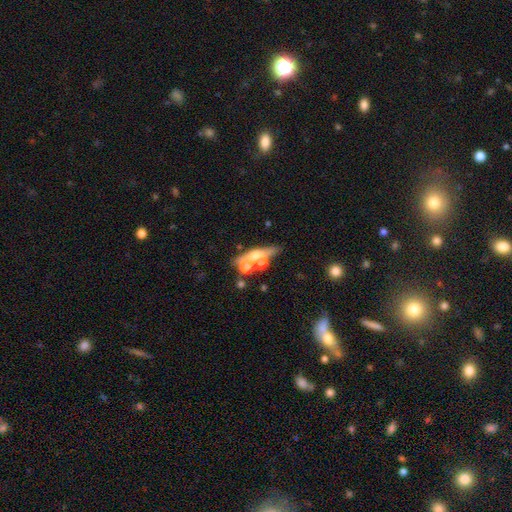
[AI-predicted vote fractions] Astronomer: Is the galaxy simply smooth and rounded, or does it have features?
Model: smooth — 43% (runner-up: featured or disk, 42%).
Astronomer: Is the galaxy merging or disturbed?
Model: none — 43% (runner-up: merger, 38%).